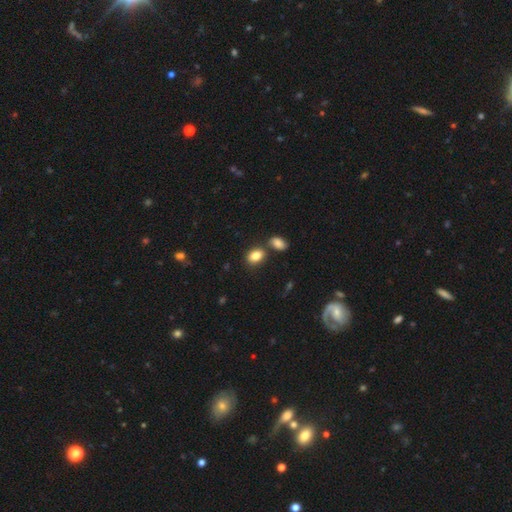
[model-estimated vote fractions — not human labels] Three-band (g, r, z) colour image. It shows a smooth galaxy with no disk features (84%) that is in between round and cigar-shaped (77%). Merging: none (70%).